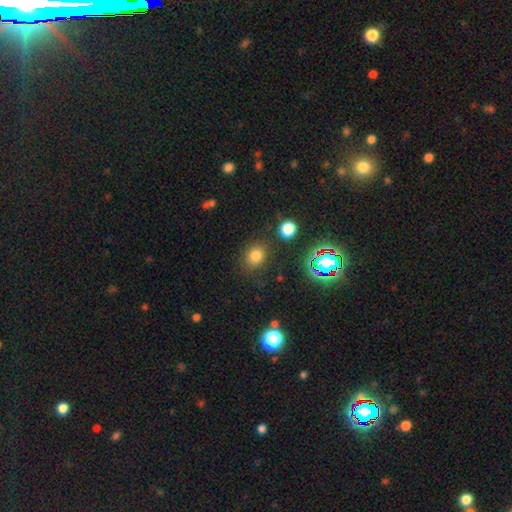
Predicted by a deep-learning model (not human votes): smooth 75%, star or artifact 17%, featured or disk 7%. Down the decision tree: how rounded — round (65%); merging — none (80%).